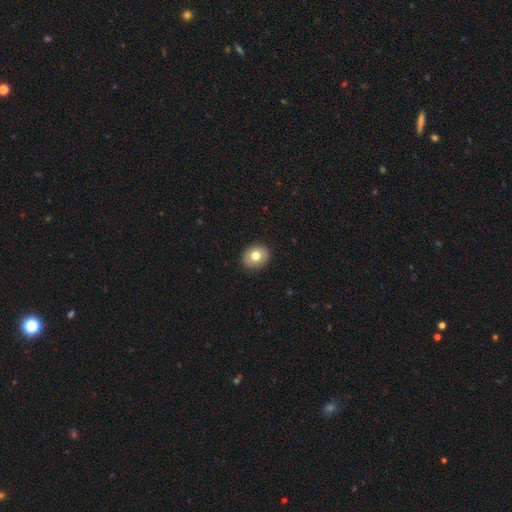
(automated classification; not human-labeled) This is likely a smooth galaxy (76%). How rounded: likely round (66%). Merging: clearly none (90%).